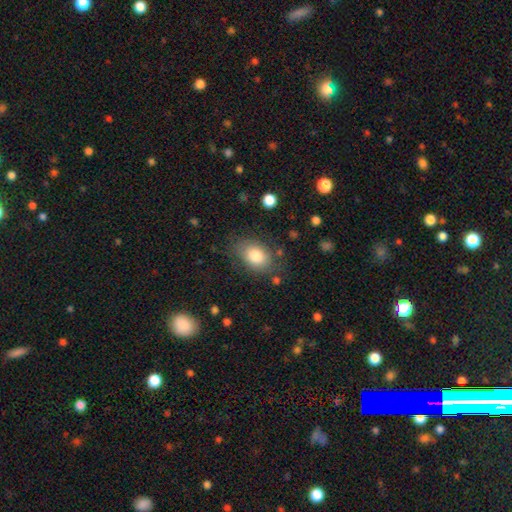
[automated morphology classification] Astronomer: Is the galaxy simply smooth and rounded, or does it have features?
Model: smooth — 81%.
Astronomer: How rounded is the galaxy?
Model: in between — 76%.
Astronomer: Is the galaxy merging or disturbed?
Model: none — 74%.